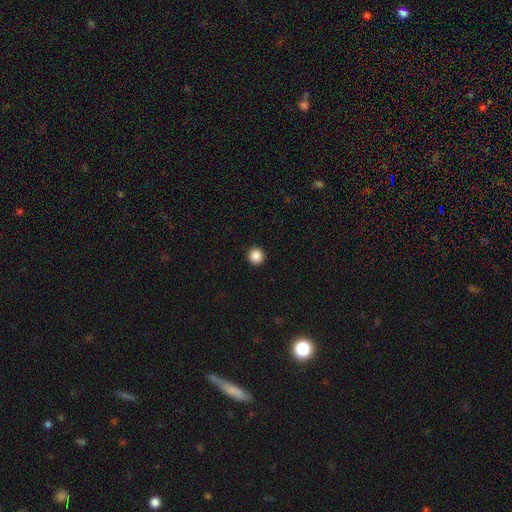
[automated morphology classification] Q: Smooth or featured?
A: smooth (87%); runner-up: star or artifact (10%)
Q: How rounded?
A: round (96%); runner-up: in between (3%)
Q: Merging?
A: none (94%); runner-up: minor disturbance (4%)